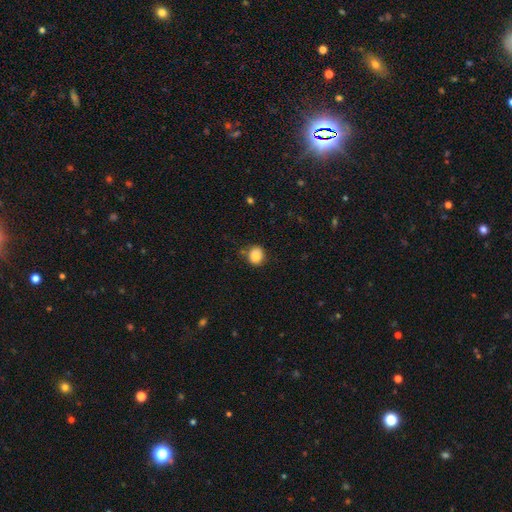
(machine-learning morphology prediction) This appears to be a smooth galaxy with no disk features (86%) that is round (79%). Merging: none (81%).